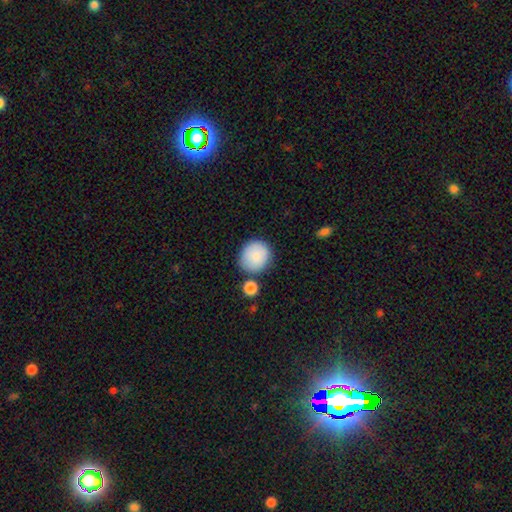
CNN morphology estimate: A smooth galaxy with no disk features (85%) that is round (86%). Merging: none (74%).